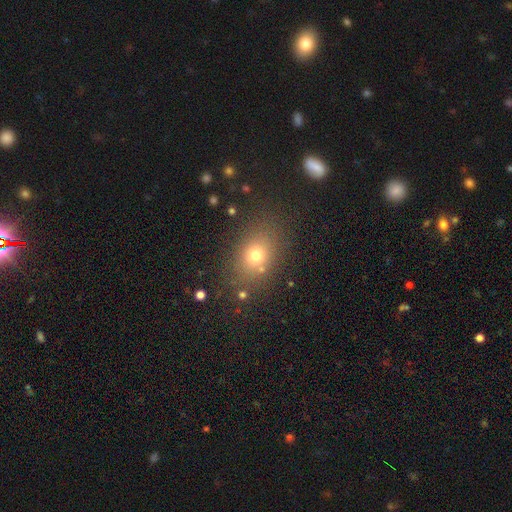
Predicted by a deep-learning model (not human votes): Morphology: type=smooth (70%); roundness=in between (56%); merging=none (79%).